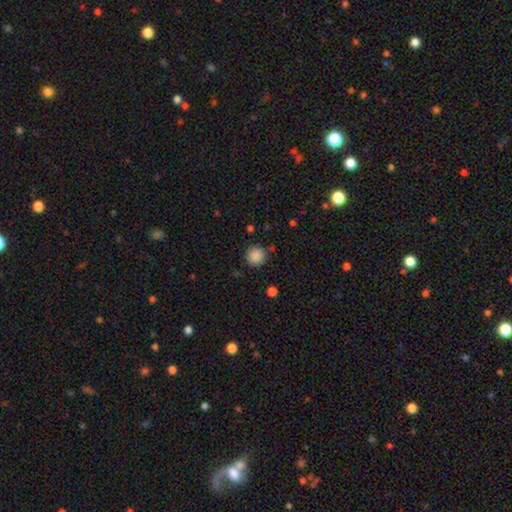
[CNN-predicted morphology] Smooth or featured?
  - smooth: 87% *
  - star or artifact: 10%
  - featured or disk: 3%
How rounded?
  - round: 93% *
  - in between: 6%
  - cigar-shaped: 1%
Merging?
  - none: 85% *
  - minor disturbance: 10%
  - major disturbance: 3%
  - merger: 2%